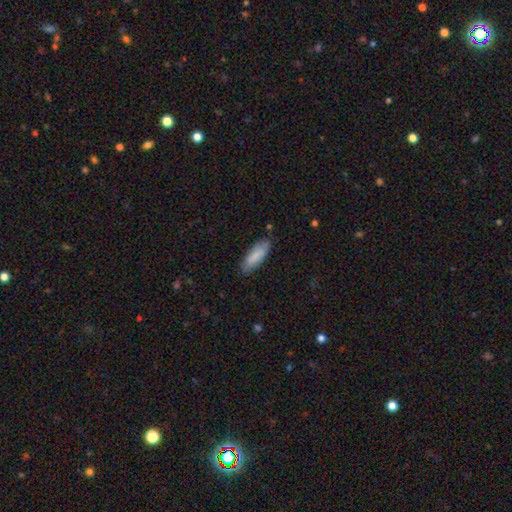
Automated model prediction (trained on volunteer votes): smooth-or-featured: smooth: 85% | featured or disk: 9% | star or artifact: 6%
  how-rounded: in between: 55% | cigar-shaped: 44% | round: 1%
  merging: none: 84% | minor disturbance: 12% | major disturbance: 2% | merger: 1%